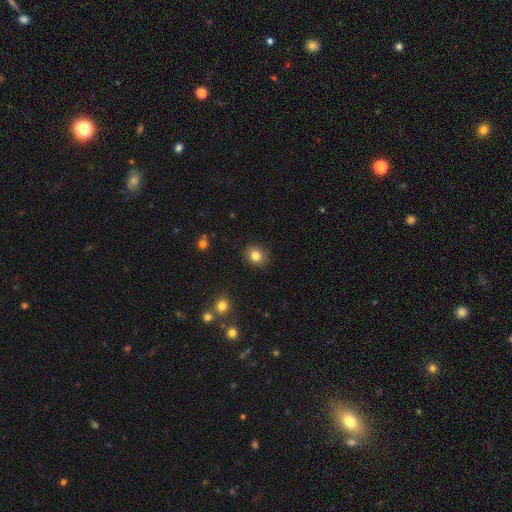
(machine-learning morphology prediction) smooth_or_featured: smooth (p=0.82) [alt: star or artifact p=0.11]
how_rounded: round (p=0.71) [alt: in between p=0.28]
merging: none (p=0.90) [alt: minor disturbance p=0.07]